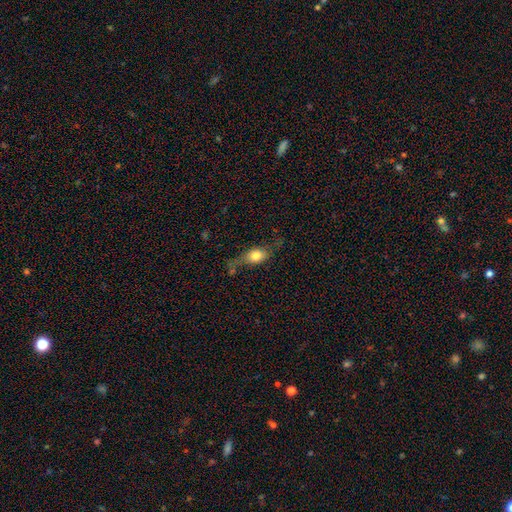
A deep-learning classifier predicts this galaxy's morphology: A smooth galaxy with no disk features (70%) that is in between round and cigar-shaped (68%). Merging: none (41%).